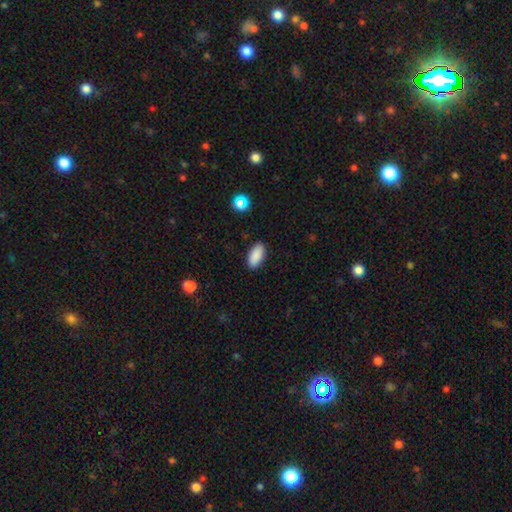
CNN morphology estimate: smooth_or_featured: smooth (p=0.89) [alt: star or artifact p=0.07]
how_rounded: in between (p=0.92) [alt: cigar-shaped p=0.06]
merging: none (p=0.88) [alt: minor disturbance p=0.08]